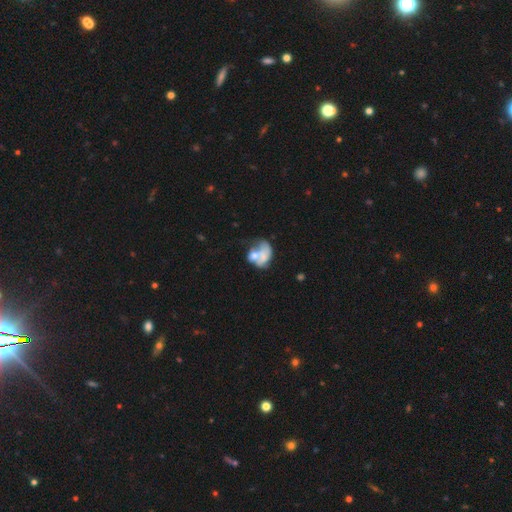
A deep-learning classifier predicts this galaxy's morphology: Smooth or featured: smooth — 46% (featured or disk — 44%)
Merging: merger — 49% (major disturbance — 21%)